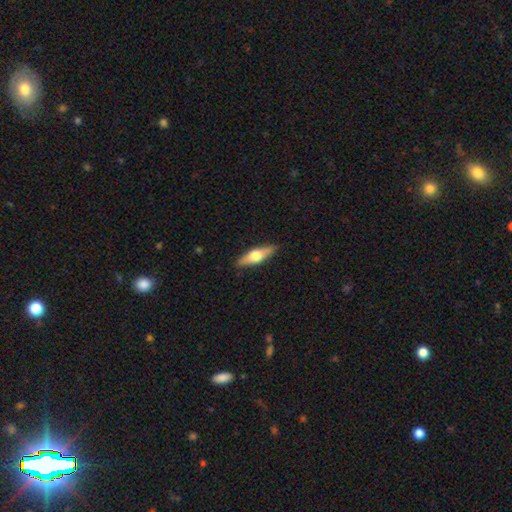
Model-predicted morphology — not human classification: featured or disk 50%, smooth 45%, star or artifact 5%. Down the decision tree: merging — none (89%).